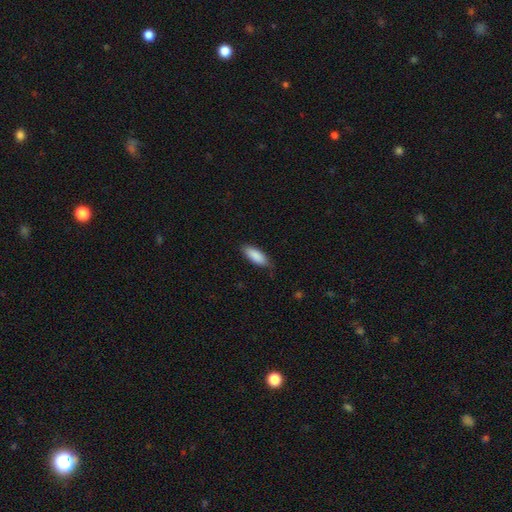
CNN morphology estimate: smooth 89%, featured or disk 6%, star or artifact 6%. Down the decision tree: how rounded — in between (72%); merging — none (78%).